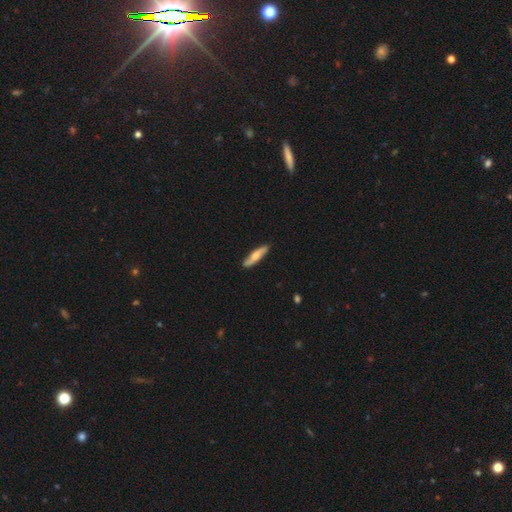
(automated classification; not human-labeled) A smooth galaxy with no disk features (55%) that is cigar-shaped (76%). Merging: none (87%).